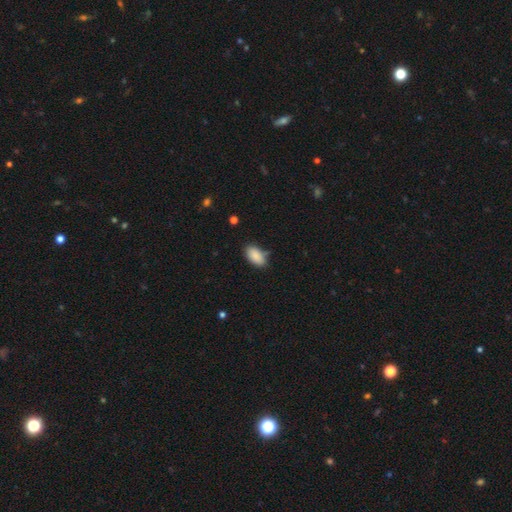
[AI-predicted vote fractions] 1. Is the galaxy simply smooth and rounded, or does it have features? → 88% smooth, 7% star or artifact, 5% featured or disk.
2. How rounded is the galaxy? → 94% in between, 4% round, 2% cigar-shaped.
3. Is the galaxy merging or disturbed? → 76% none, 17% minor disturbance, 3% merger, 3% major disturbance.